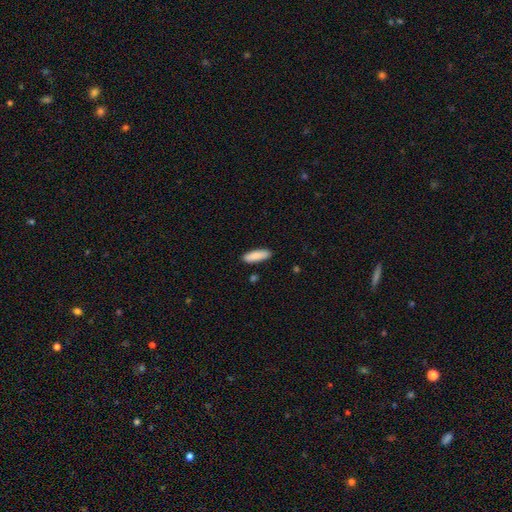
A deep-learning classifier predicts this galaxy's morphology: type=smooth (88%); roundness=in between (55%); merging=none (88%).